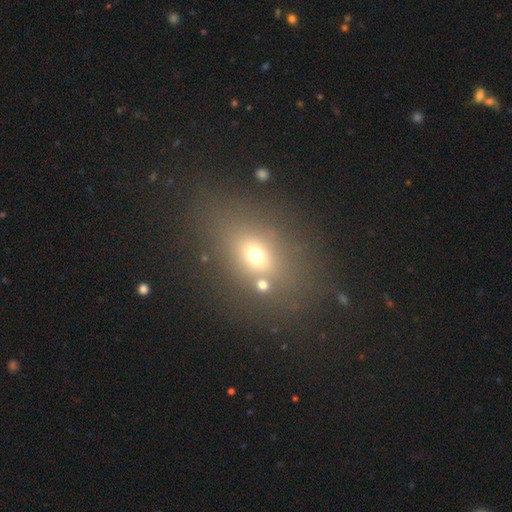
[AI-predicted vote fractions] A smooth galaxy with no disk features (63%) that is in between round and cigar-shaped (65%).

Vote fractions:
- Smooth or featured? smooth: 63% / star or artifact: 20% / featured or disk: 17%
- How rounded? in between: 65% / round: 30% / cigar-shaped: 5%
- Merging? none: 70% / minor disturbance: 13% / merger: 9% / major disturbance: 8%